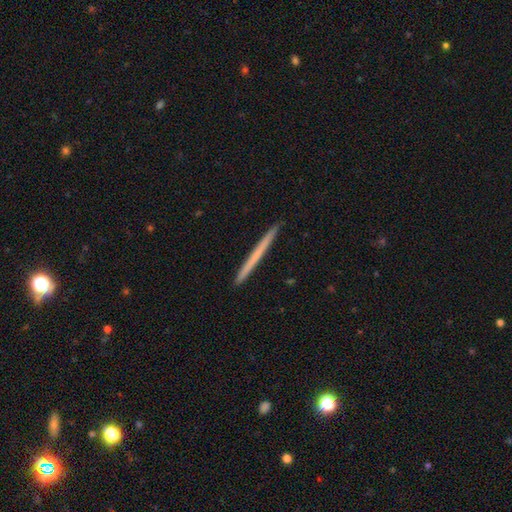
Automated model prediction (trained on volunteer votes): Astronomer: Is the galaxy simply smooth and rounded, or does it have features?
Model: smooth — 53% (runner-up: featured or disk, 42%).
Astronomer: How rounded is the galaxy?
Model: cigar-shaped — 98%.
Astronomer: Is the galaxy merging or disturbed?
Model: none — 93%.